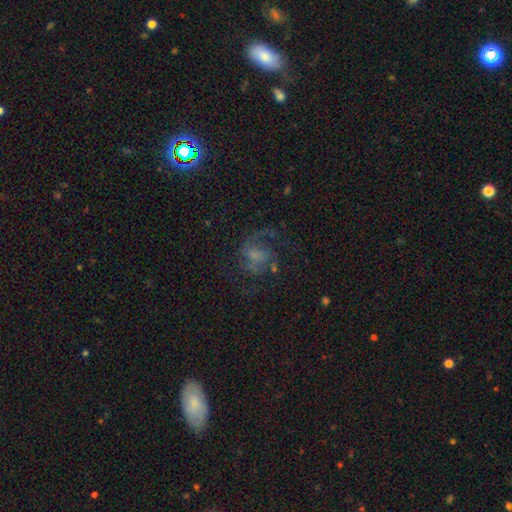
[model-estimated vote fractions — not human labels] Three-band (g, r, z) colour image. It shows a featured or disk galaxy (66%) with no bar (47%), 2 (59%) medium (49%) spiral arms (87%) and no central bulge (32%). Merging: none (52%).